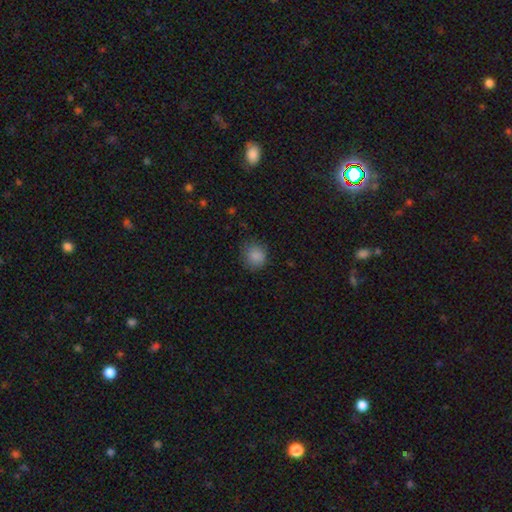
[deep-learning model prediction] Smooth or featured? smooth (86%)
How rounded? round (85%)
Merging? none (79%)